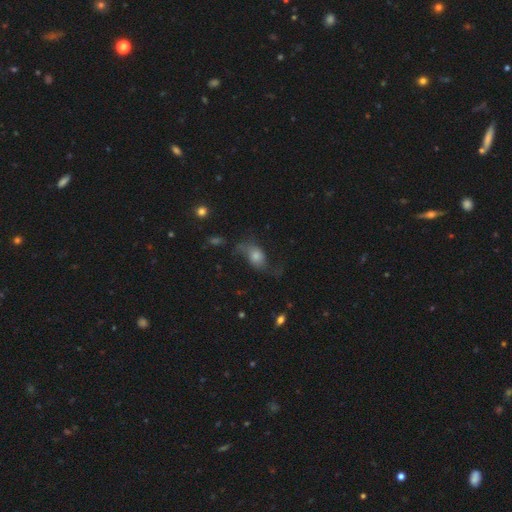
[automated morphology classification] Smooth or featured? Predicted: smooth (p=0.45). Merging? Predicted: none (p=0.42).